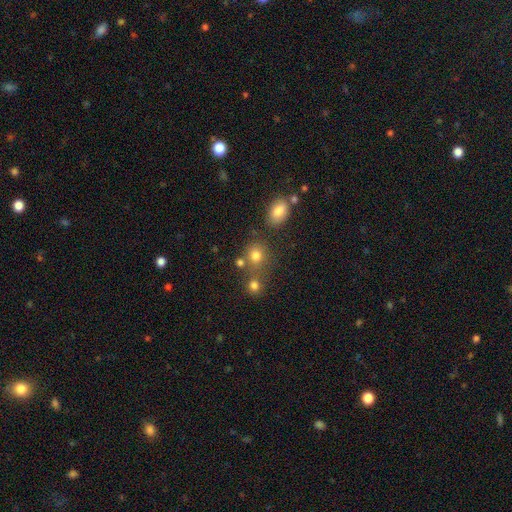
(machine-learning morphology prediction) Overall: smooth (77%). How rounded: round (75%). Merging: none (61%; merger 22%).